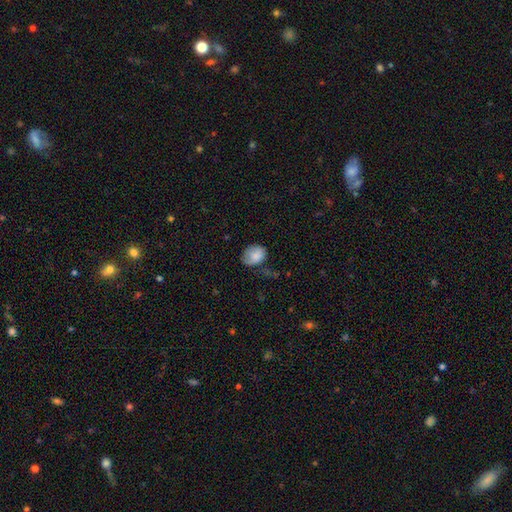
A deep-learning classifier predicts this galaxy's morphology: type=smooth (77%); roundness=in between (64%); merging=none (48%).